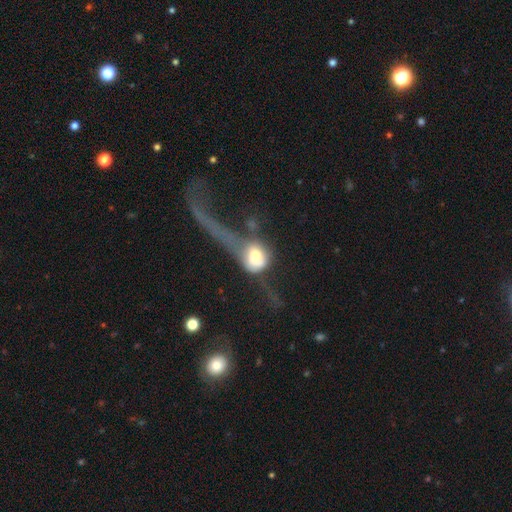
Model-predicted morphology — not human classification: This appears to be a smooth galaxy with no disk features (53%) that is round (58%). Merging: major disturbance (49%).